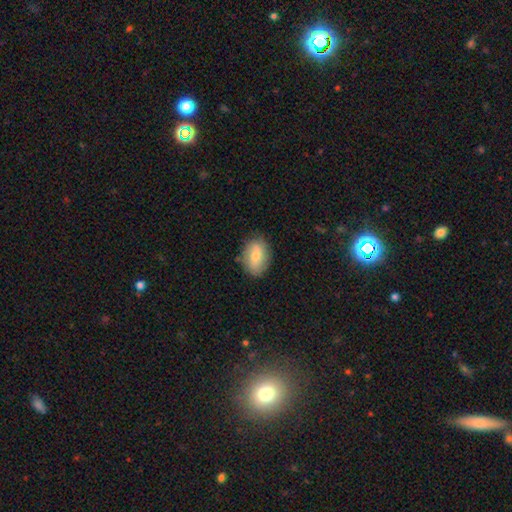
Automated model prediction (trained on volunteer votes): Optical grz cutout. It shows a smooth galaxy with no disk features (73%) that is in between round and cigar-shaped (83%). Merging: none (81%).